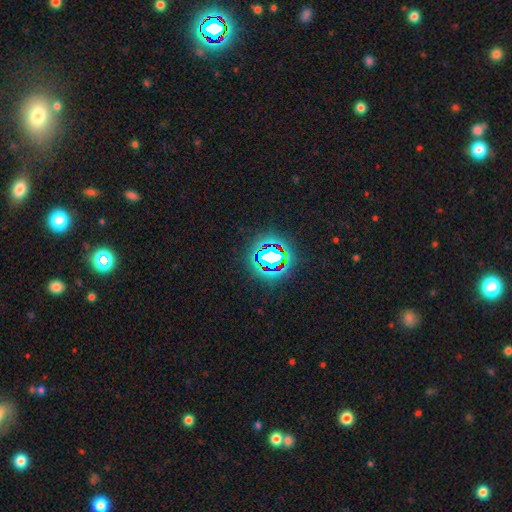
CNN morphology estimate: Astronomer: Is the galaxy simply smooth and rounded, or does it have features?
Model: star or artifact — 81%.